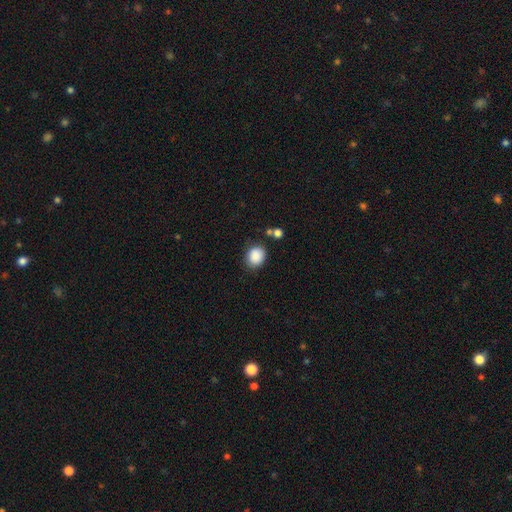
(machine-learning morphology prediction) smooth_or_featured: smooth (p=0.88) [alt: star or artifact p=0.08]
how_rounded: round (p=0.57) [alt: in between p=0.42]
merging: none (p=0.79) [alt: minor disturbance p=0.13]